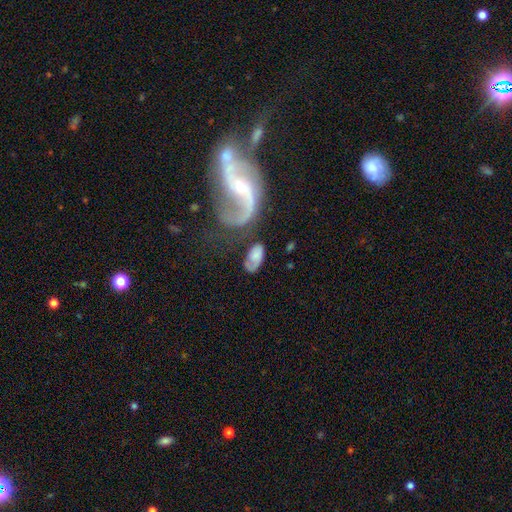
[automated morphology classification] smooth_or_featured: smooth (p=0.57) [alt: featured or disk p=0.35]
how_rounded: in between (p=0.92) [alt: round p=0.06]
merging: none (p=0.42) [alt: minor disturbance p=0.22]